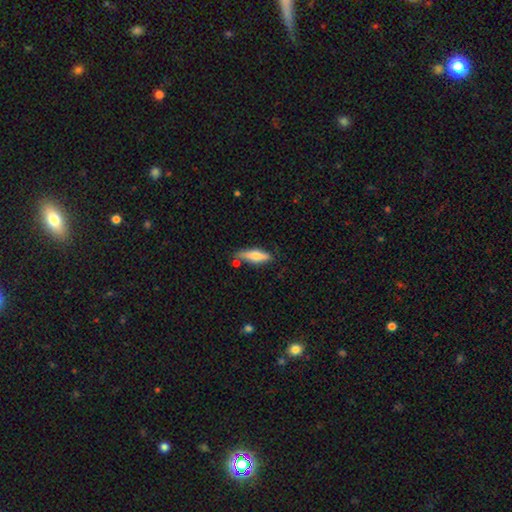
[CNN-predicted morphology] Q: Smooth or featured?
A: smooth (63%); runner-up: featured or disk (31%)
Q: How rounded?
A: cigar-shaped (60%); runner-up: in between (38%)
Q: Merging?
A: none (73%); runner-up: minor disturbance (17%)